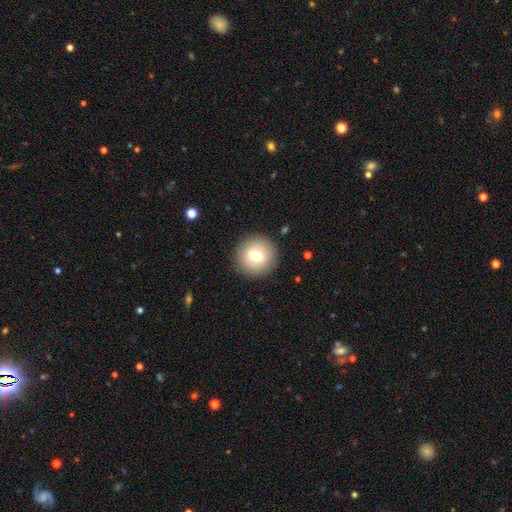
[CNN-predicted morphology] smooth 70%, featured or disk 20%, star or artifact 9%. Down the decision tree: how rounded — round (93%); merging — none (90%).